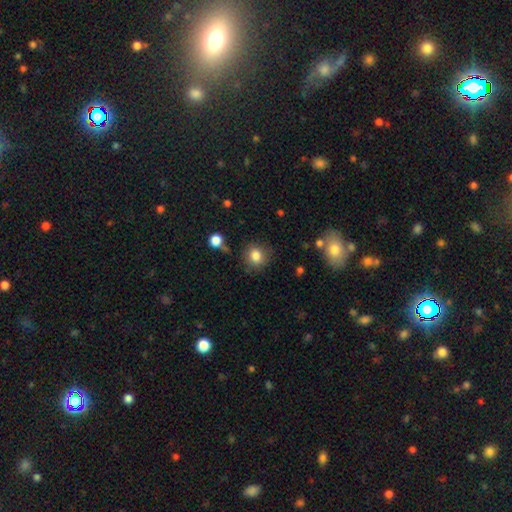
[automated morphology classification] type=smooth (83%); roundness=round (80%); merging=none (81%).